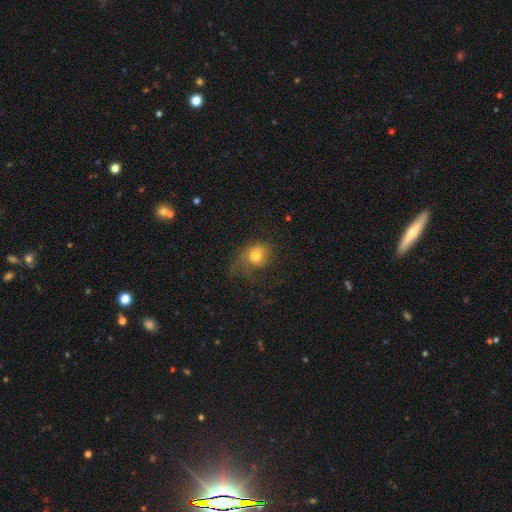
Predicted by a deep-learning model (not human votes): A smooth galaxy with no disk features (72%) that is round (68%).

Vote fractions:
- Smooth or featured? smooth: 72% / featured or disk: 17% / star or artifact: 11%
- How rounded? round: 68% / in between: 31% / cigar-shaped: 1%
- Merging? none: 44% / major disturbance: 30% / minor disturbance: 24% / merger: 2%